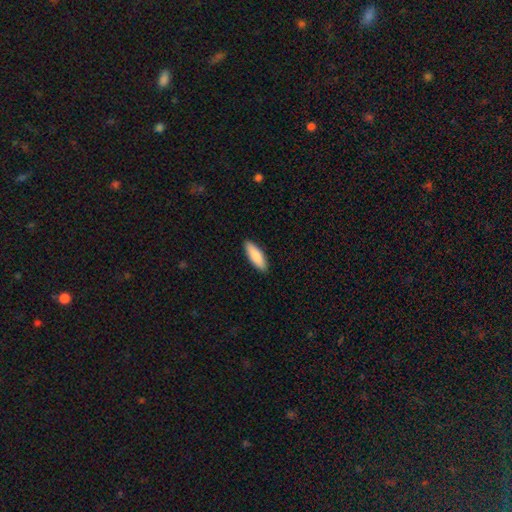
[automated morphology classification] This is clearly a smooth galaxy (84%). How rounded: possibly in between (55%). Merging: clearly none (90%).